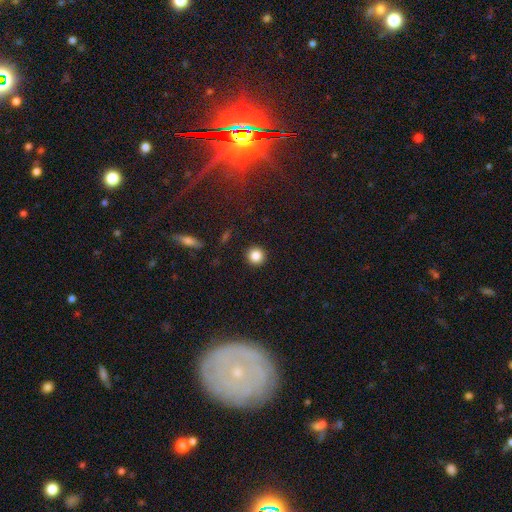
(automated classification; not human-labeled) This appears to be a smooth galaxy with no disk features (85%) that is round (94%). Merging: none (92%).